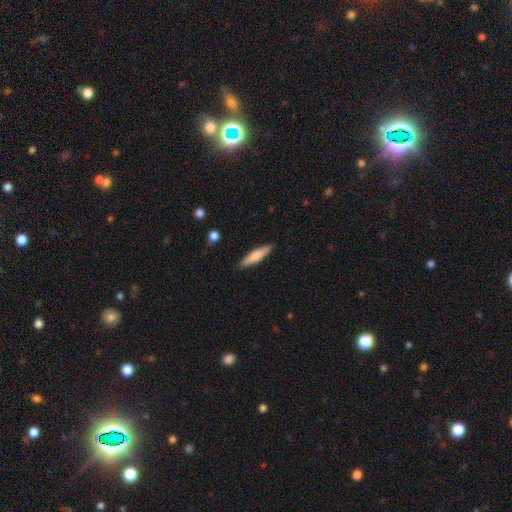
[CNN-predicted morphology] This appears to be a smooth galaxy with no disk features (68%) that is cigar-shaped (83%). Merging: none (88%).